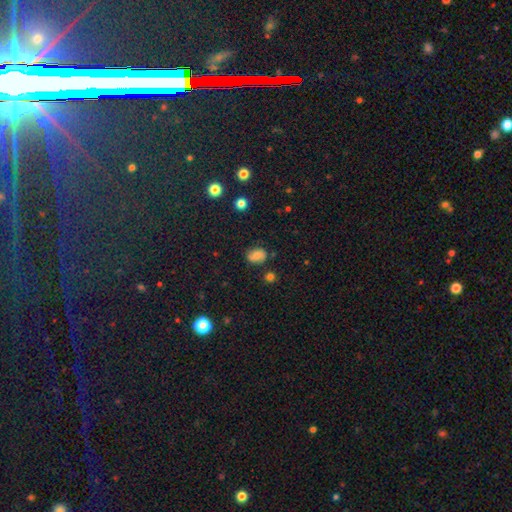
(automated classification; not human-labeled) smooth 65%, featured or disk 21%, star or artifact 14%. Down the decision tree: how rounded — in between (57%); merging — none (71%).